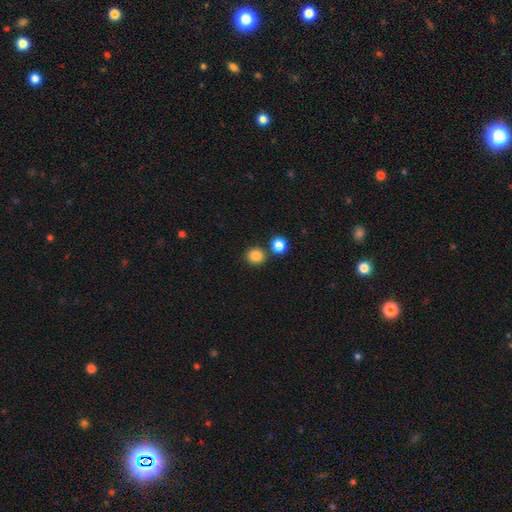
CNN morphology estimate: The model was most divided on "merging": none: 79%, merger: 11%, minor disturbance: 7%, major disturbance: 2%. More confident: how rounded — round (89%); smooth or featured — smooth (84%).